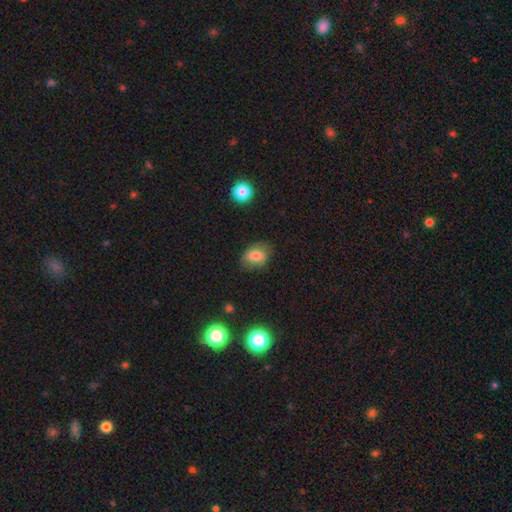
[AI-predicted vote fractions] Smooth or featured: smooth — 77% (featured or disk — 13%)
How rounded: in between — 74% (round — 25%)
Merging: none — 72% (minor disturbance — 21%)